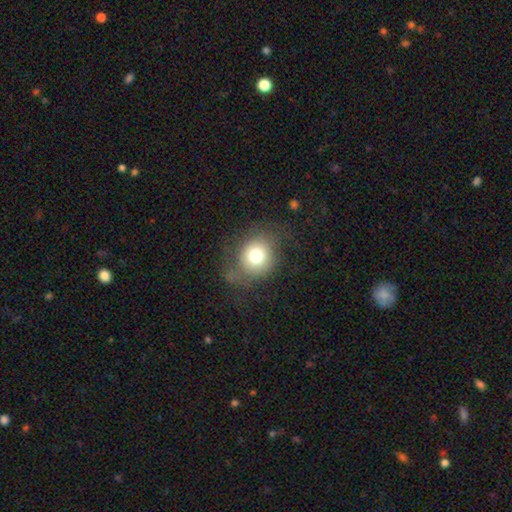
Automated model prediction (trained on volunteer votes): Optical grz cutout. It shows a smooth galaxy with no disk features (73%) that is round (76%). Merging: none (63%).